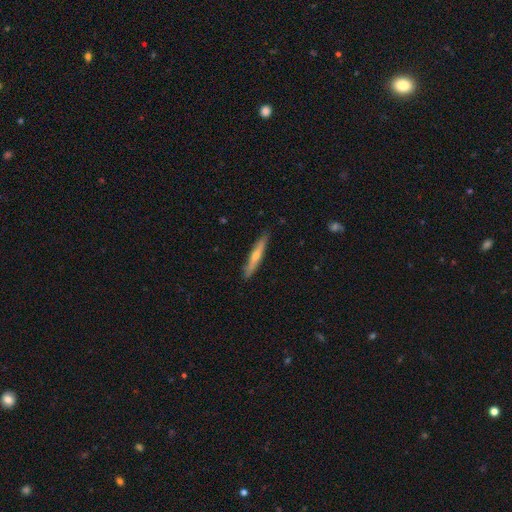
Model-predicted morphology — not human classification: Smooth or featured? featured or disk (52%)
Edge-on disk? yes (94%)
Merging? none (90%)